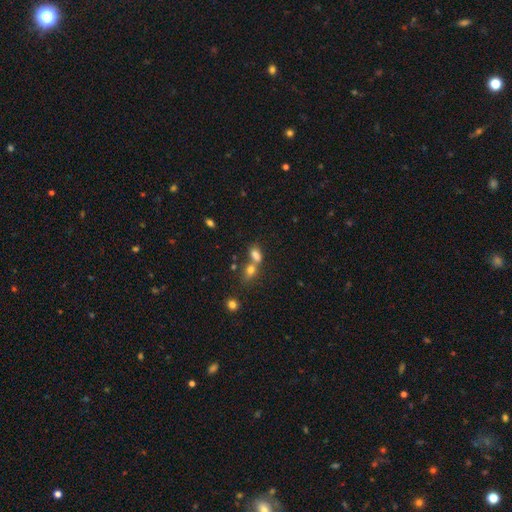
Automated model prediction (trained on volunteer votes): Smooth or featured? smooth (76%)
How rounded? in between (77%)
Merging? merger (59%)